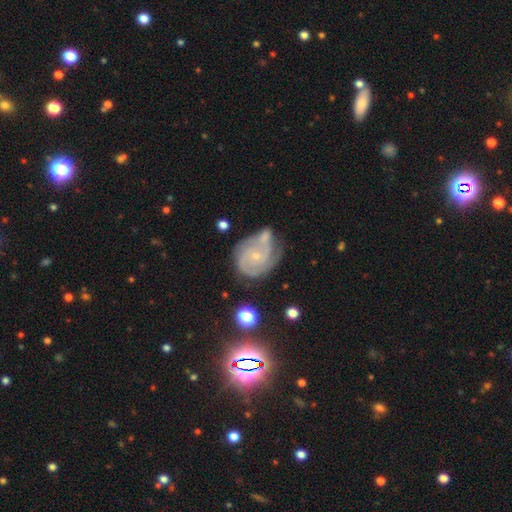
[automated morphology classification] Smooth or featured? Predicted: featured or disk (p=0.84). Edge-on disk? Predicted: no (p=0.98). Bar? Predicted: no (p=0.71). Spiral arms? Predicted: yes (p=0.96). Spiral winding? Predicted: tight (p=0.60). Spiral arm count? Predicted: 2 (p=0.45). Bulge size? Predicted: small (p=0.77). Merging? Predicted: none (p=0.47).